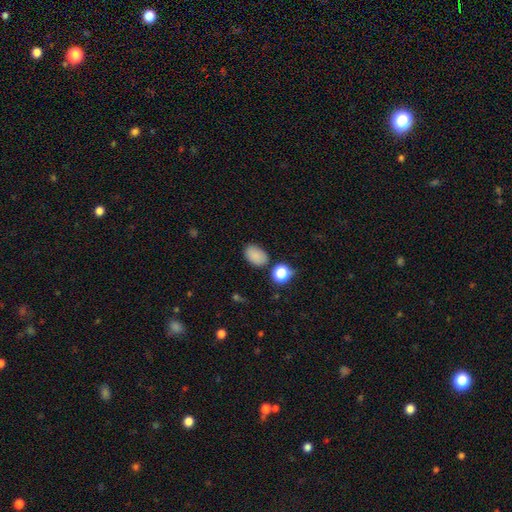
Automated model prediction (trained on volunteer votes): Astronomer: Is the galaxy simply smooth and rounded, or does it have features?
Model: smooth — 84%.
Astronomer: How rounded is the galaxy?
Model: in between — 84%.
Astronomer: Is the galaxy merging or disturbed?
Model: none — 77%.